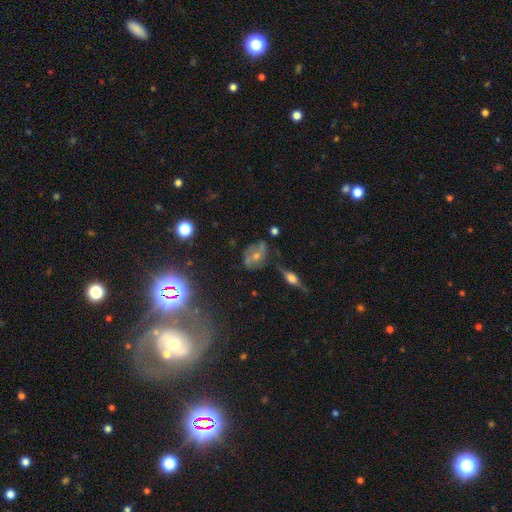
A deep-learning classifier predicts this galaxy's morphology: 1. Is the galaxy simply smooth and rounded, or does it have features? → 46% featured or disk, 39% smooth, 15% star or artifact.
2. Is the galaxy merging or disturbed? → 51% none, 27% minor disturbance, 15% major disturbance, 7% merger.